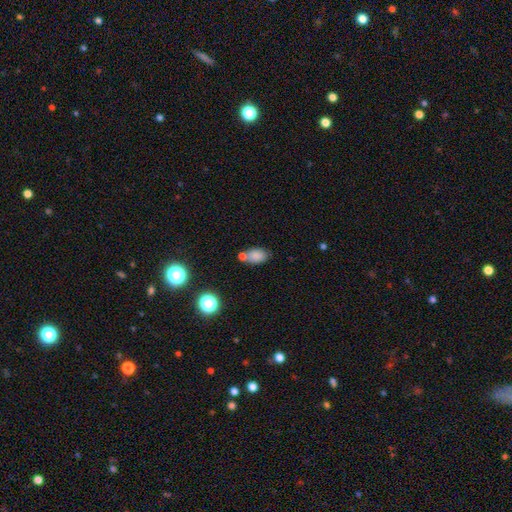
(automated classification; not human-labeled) smooth_or_featured: smooth (p=0.80) [alt: star or artifact p=0.11]
how_rounded: in between (p=0.86) [alt: round p=0.12]
merging: none (p=0.55) [alt: merger p=0.25]